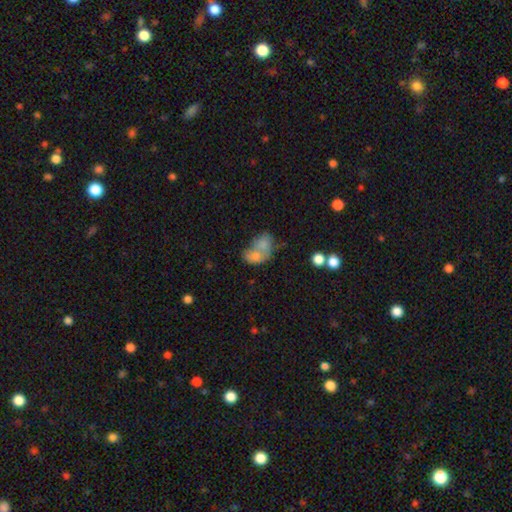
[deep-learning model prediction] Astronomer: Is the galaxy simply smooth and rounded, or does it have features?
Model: smooth — 67%.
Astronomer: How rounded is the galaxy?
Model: in between — 67%.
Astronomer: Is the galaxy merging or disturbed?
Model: merger — 67%.